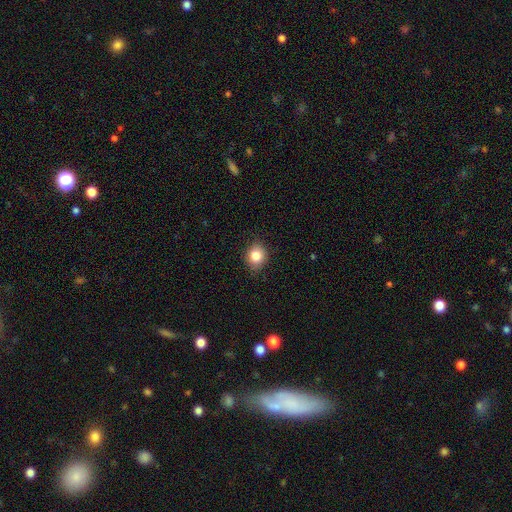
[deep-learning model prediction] Overall: smooth (83%). How rounded: round (67%; in between 32%). Merging: none (86%).